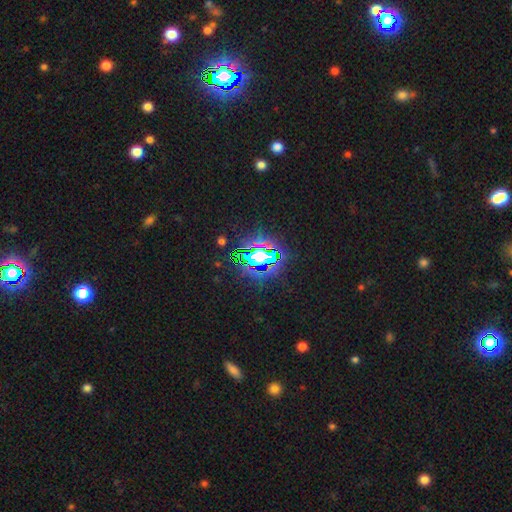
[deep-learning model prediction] Overall: star or artifact (78%).